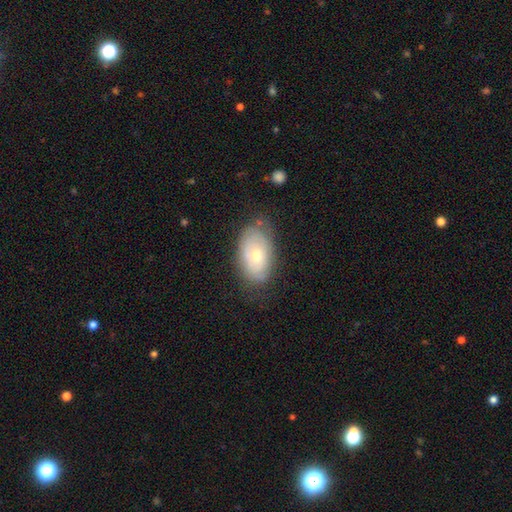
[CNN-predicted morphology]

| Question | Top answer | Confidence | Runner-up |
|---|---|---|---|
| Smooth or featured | smooth | 48% | featured or disk (45%) |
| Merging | none | 70% | minor disturbance (22%) |